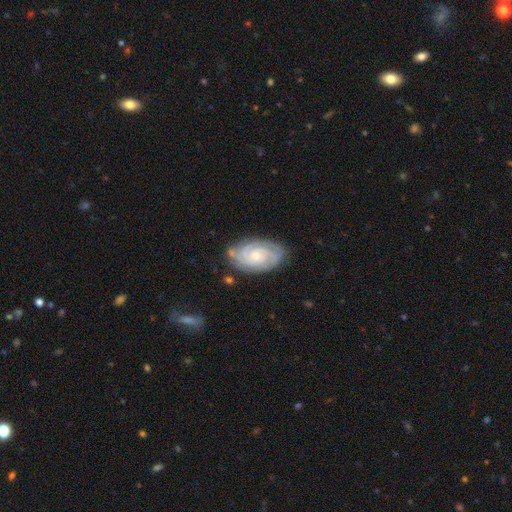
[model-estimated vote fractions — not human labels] smooth-or-featured: featured or disk: 85% | smooth: 10% | star or artifact: 5%
  disk-edge-on: no: 97% | yes: 3%
    bar: no: 69% | weak: 26% | strong: 5%
    has-spiral-arms: yes: 97% | no: 3%
      spiral-winding: tight: 72% | medium: 24% | loose: 4%
      spiral-arm-count: 3: 29% (tied) | 2: 29% (tied) | can't tell: 20% | 4: 13% | more than 4: 4% | 1: 4%
    bulge-size: small: 65% | moderate: 31% | none: 2% | large: 1% | dominant: 1%
  merging: none: 77% | minor disturbance: 17% | major disturbance: 4% | merger: 2%